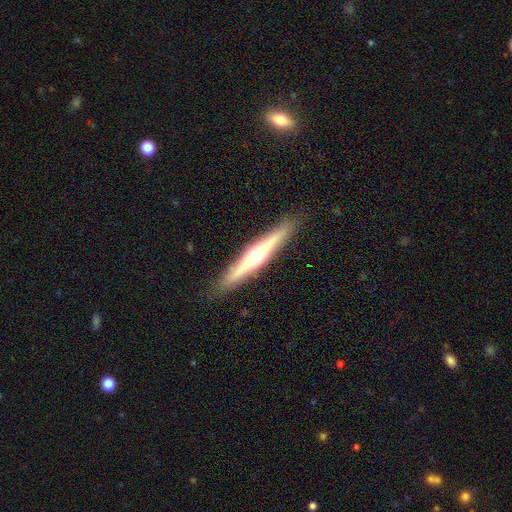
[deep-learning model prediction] Morphology: type=featured or disk (68%); edge-on=yes (97%); edge-on bulge=rounded (86%); merging=none (90%).